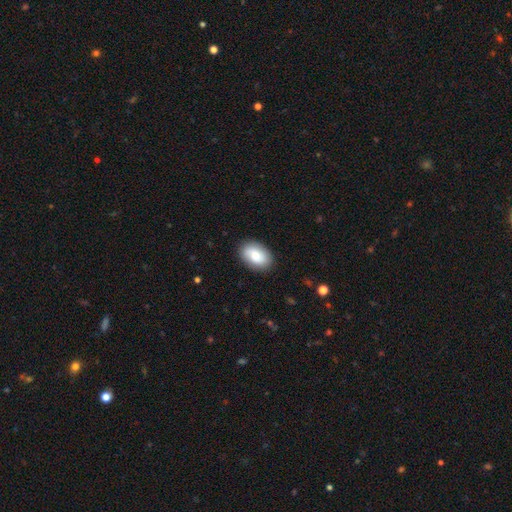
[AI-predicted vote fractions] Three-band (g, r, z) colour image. It shows a smooth galaxy with no disk features (77%) that is in between round and cigar-shaped (88%). Merging: none (87%).